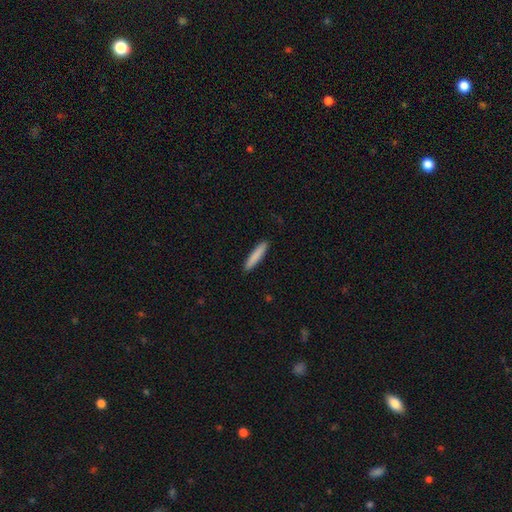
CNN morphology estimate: A smooth galaxy with no disk features (85%) that is cigar-shaped (91%).

Vote fractions:
- Smooth or featured? smooth: 85% / featured or disk: 9% / star or artifact: 6%
- How rounded? cigar-shaped: 91% / in between: 8% / round: 1%
- Merging? none: 91% / minor disturbance: 6% / major disturbance: 1% / merger: 1%